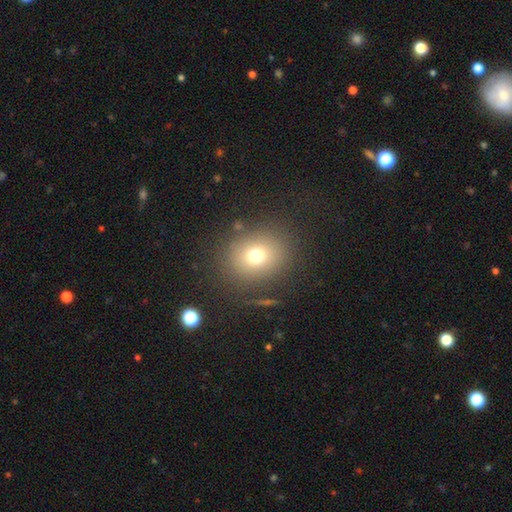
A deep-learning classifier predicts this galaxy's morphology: Smooth or featured?
  - smooth: 72% *
  - star or artifact: 17%
  - featured or disk: 12%
How rounded?
  - round: 70% *
  - in between: 29%
  - cigar-shaped: 1%
Merging?
  - none: 84% *
  - minor disturbance: 9%
  - major disturbance: 5%
  - merger: 2%